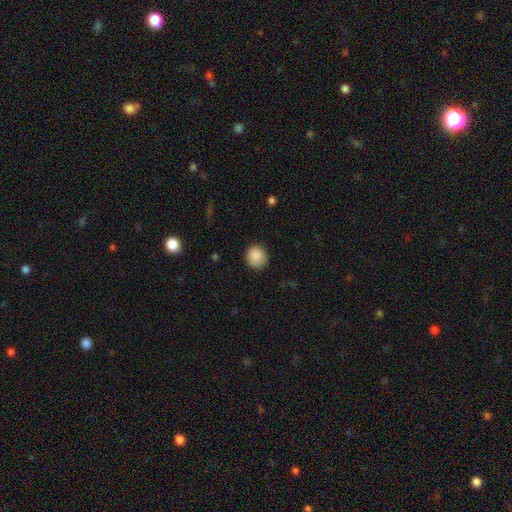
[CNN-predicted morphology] Smooth or featured? smooth (89%)
How rounded? round (88%)
Merging? none (87%)